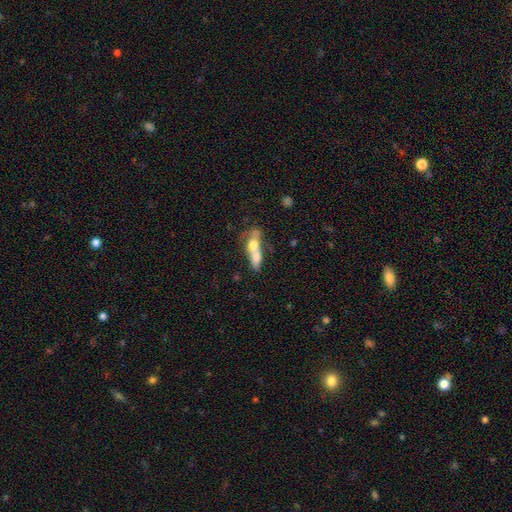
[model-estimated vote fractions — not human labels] A smooth galaxy with no disk features (58%) that is in between round and cigar-shaped (61%). Merging: merger (67%).